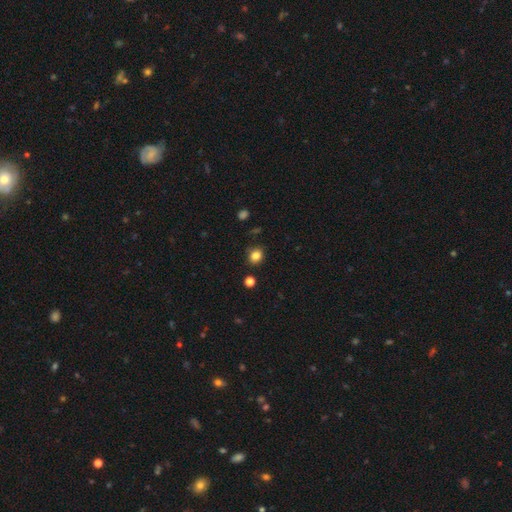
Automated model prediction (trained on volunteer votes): smooth-or-featured: smooth: 83% | star or artifact: 12% | featured or disk: 5%
  how-rounded: round: 65% | in between: 34% | cigar-shaped: 1%
  merging: none: 84% | minor disturbance: 11% | major disturbance: 3% | merger: 3%